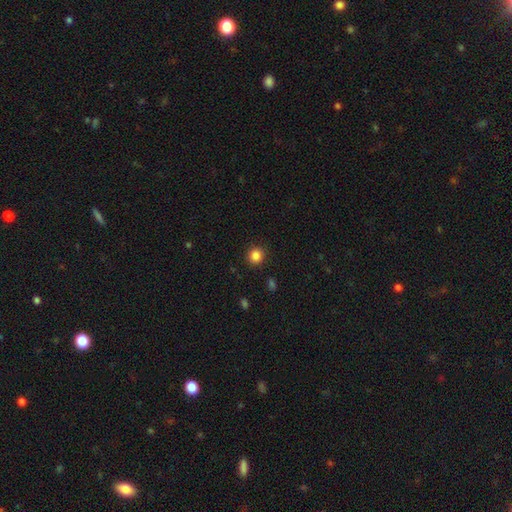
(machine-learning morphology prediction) Q: Smooth or featured?
A: smooth (85%); runner-up: star or artifact (11%)
Q: How rounded?
A: round (90%); runner-up: in between (9%)
Q: Merging?
A: none (91%); runner-up: minor disturbance (6%)